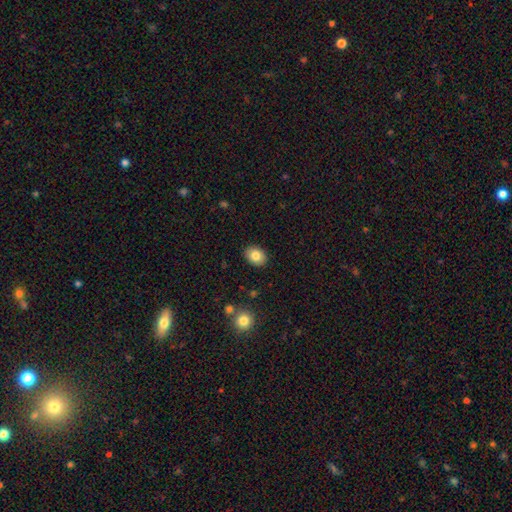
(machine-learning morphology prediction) Q: Smooth or featured?
A: smooth (82%); runner-up: featured or disk (10%)
Q: How rounded?
A: in between (64%); runner-up: round (35%)
Q: Merging?
A: none (89%); runner-up: minor disturbance (8%)